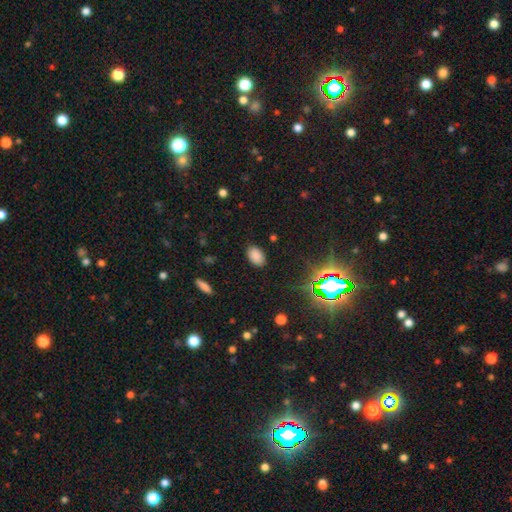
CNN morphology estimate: smooth 82%, star or artifact 13%, featured or disk 4%. Down the decision tree: how rounded — in between (89%); merging — none (86%).